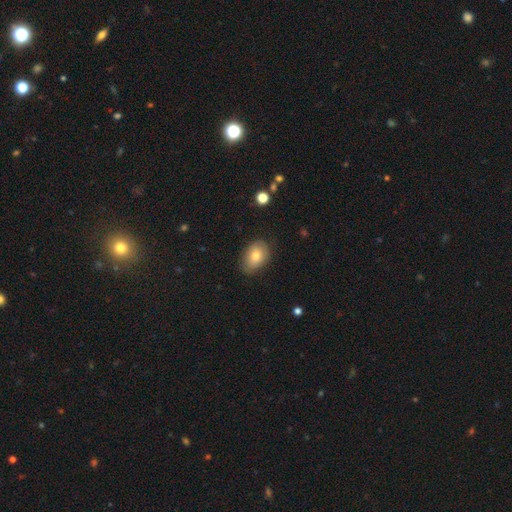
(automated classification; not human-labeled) Smooth or featured?
  - smooth: 77% *
  - featured or disk: 15%
  - star or artifact: 7%
How rounded?
  - in between: 83% *
  - round: 16%
  - cigar-shaped: 1%
Merging?
  - none: 76% *
  - minor disturbance: 19%
  - major disturbance: 4%
  - merger: 1%